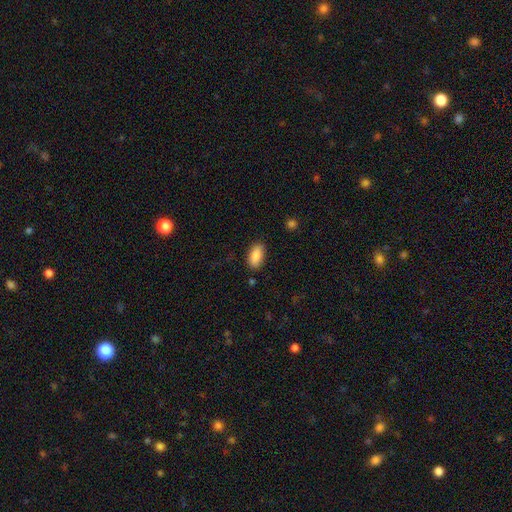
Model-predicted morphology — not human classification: Smooth or featured?
  - smooth: 87% *
  - star or artifact: 7%
  - featured or disk: 6%
How rounded?
  - in between: 91% *
  - cigar-shaped: 6%
  - round: 3%
Merging?
  - none: 83% *
  - minor disturbance: 12%
  - major disturbance: 3%
  - merger: 2%